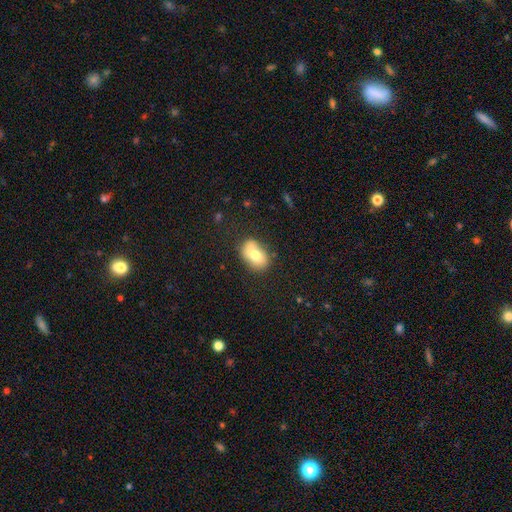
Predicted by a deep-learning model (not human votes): Smooth or featured? smooth (72%)
How rounded? in between (83%)
Merging? none (66%)